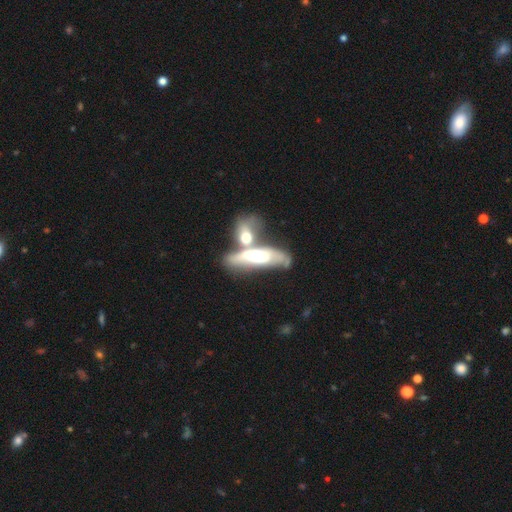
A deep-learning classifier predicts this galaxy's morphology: Smooth or featured: featured or disk — 57% (smooth — 36%)
Edge-on disk: no — 62% (yes — 38%)
Merging: merger — 64% (none — 18%)